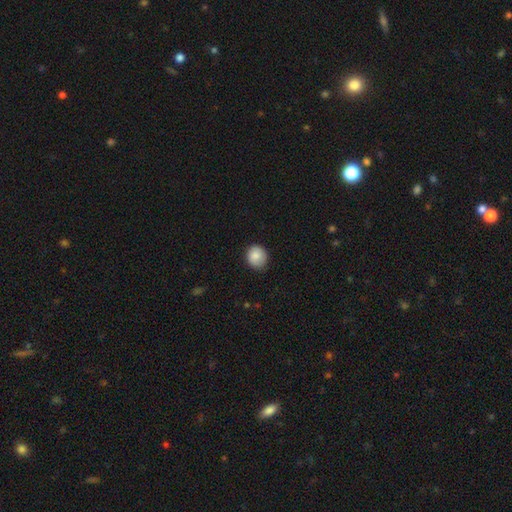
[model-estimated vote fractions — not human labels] smooth_or_featured: smooth (p=0.85) [alt: star or artifact p=0.08]
how_rounded: round (p=0.77) [alt: in between p=0.22]
merging: none (p=0.81) [alt: minor disturbance p=0.15]